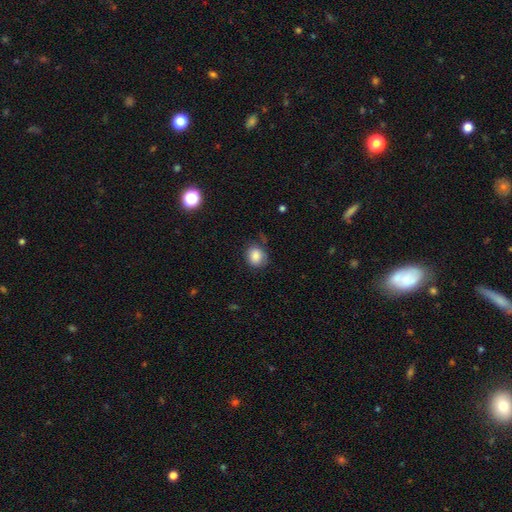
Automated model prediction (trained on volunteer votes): Smooth or featured? smooth (85%)
How rounded? round (72%)
Merging? none (70%)